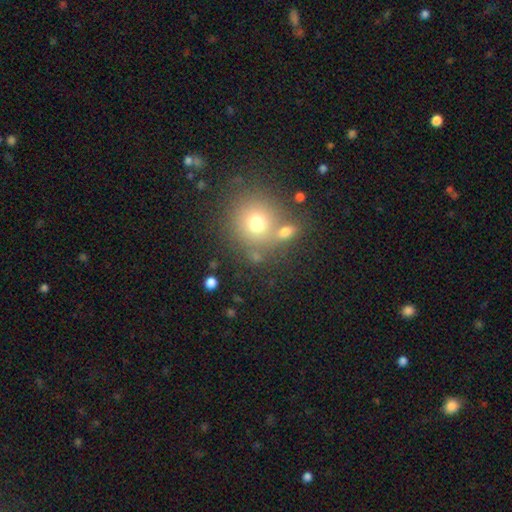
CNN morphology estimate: A smooth galaxy with no disk features (69%) that is round (85%). Merging: none (59%).